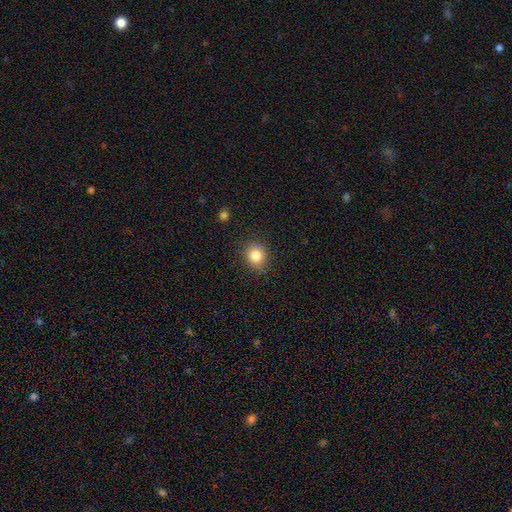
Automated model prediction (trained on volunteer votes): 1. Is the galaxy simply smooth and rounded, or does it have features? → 83% smooth, 11% star or artifact, 6% featured or disk.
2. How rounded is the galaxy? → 72% round, 27% in between, 1% cigar-shaped.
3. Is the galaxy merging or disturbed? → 84% none, 11% minor disturbance, 3% major disturbance, 1% merger.